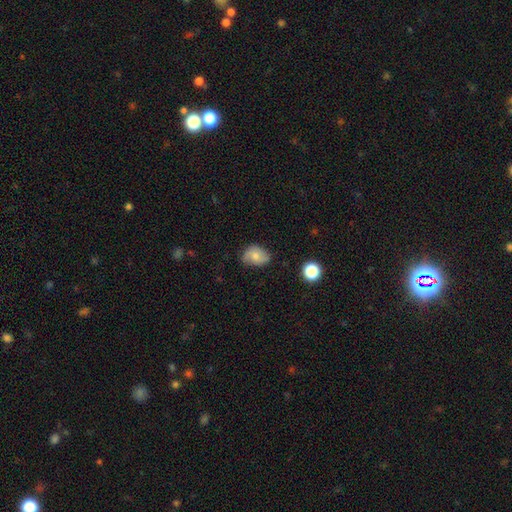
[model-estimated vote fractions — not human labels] smooth 70%, featured or disk 21%, star or artifact 9%. Down the decision tree: how rounded — in between (69%); merging — none (61%).